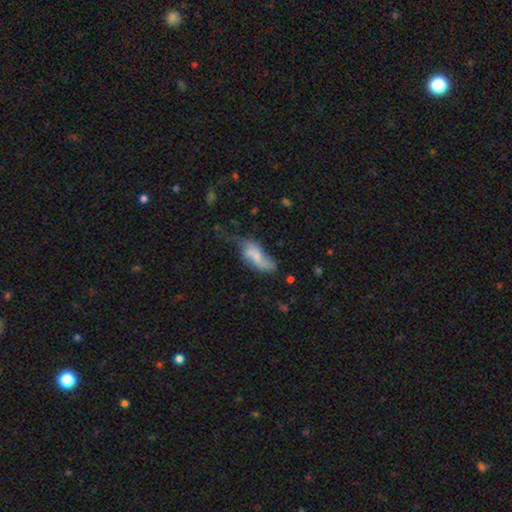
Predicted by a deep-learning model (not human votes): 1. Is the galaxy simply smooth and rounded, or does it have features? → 61% smooth, 31% featured or disk, 8% star or artifact.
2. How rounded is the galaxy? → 76% in between, 20% cigar-shaped, 3% round.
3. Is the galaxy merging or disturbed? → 26% none (tied), 26% minor disturbance (tied), 25% major disturbance, 22% merger.